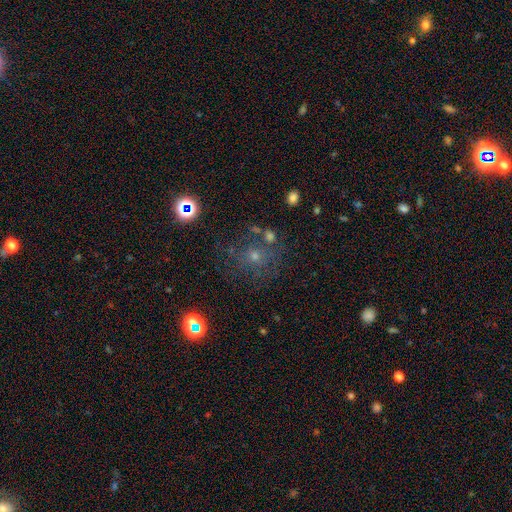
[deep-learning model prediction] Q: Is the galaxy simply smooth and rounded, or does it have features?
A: star or artifact — 40%.